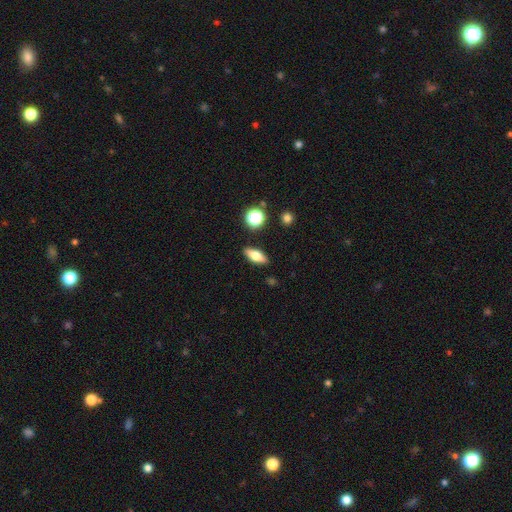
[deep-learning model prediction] smooth-or-featured: smooth: 66% | featured or disk: 25% | star or artifact: 9%
  how-rounded: in between: 71% | cigar-shaped: 23% | round: 6%
  merging: none: 88% | minor disturbance: 8% | merger: 2% | major disturbance: 2%